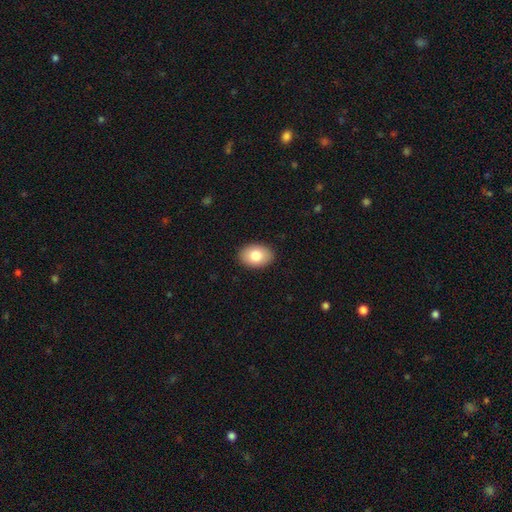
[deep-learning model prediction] Smooth or featured: smooth — 82% (featured or disk — 11%)
How rounded: in between — 84% (round — 15%)
Merging: none — 90% (minor disturbance — 7%)